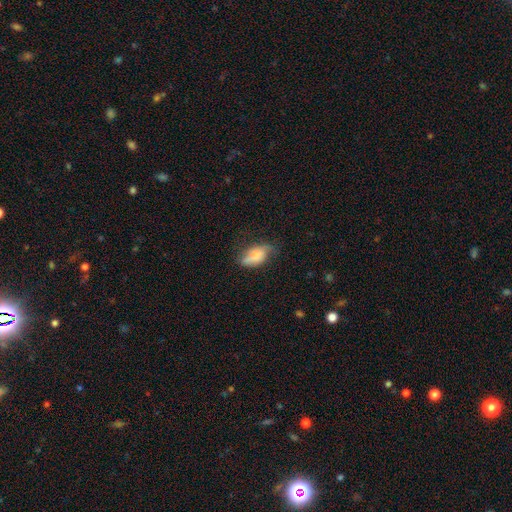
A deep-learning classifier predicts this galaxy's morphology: Smooth or featured: smooth — 64% (featured or disk — 28%)
How rounded: in between — 88% (cigar-shaped — 7%)
Merging: none — 49% (minor disturbance — 34%)